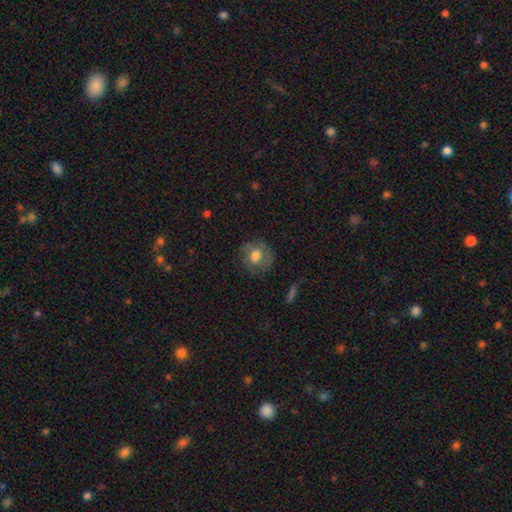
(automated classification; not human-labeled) Morphology: type=smooth (59%); roundness=round (82%); merging=none (71%).